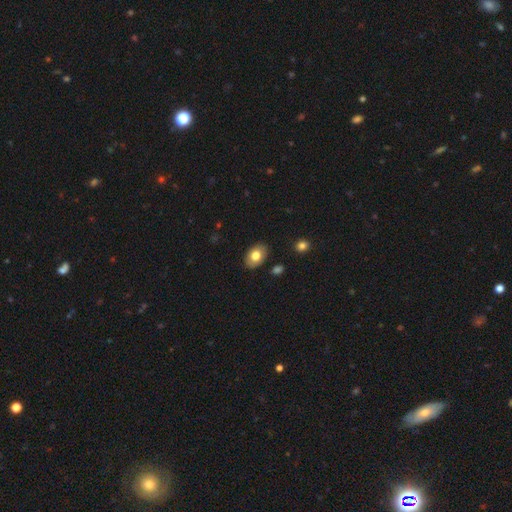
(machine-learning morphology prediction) Overall: smooth (76%). How rounded: in between (84%). Merging: none (86%).